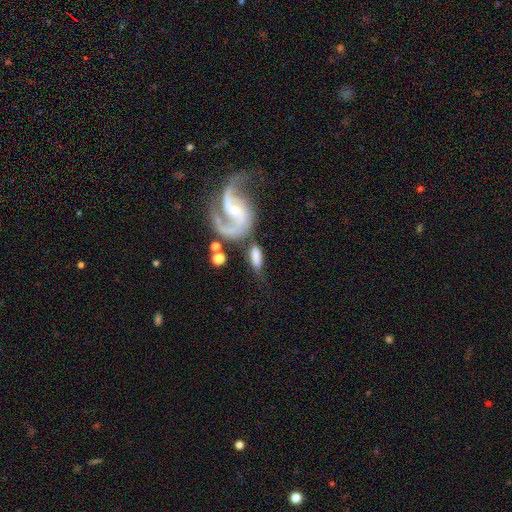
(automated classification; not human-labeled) Smooth or featured: featured or disk — 53% (smooth — 40%)
Edge-on disk: no — 90% (yes — 10%)
Merging: none — 41% (merger — 24%)